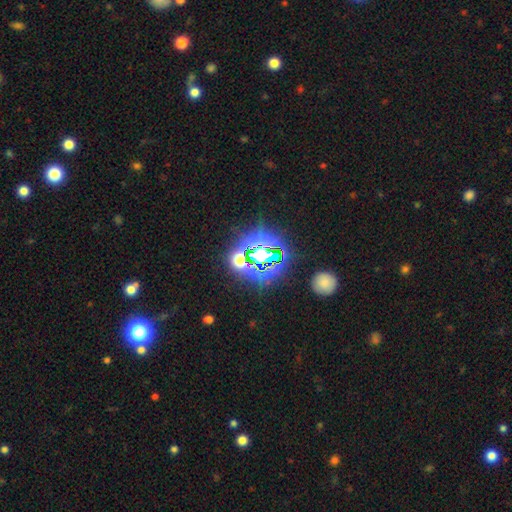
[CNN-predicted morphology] Overall: star or artifact (77%).